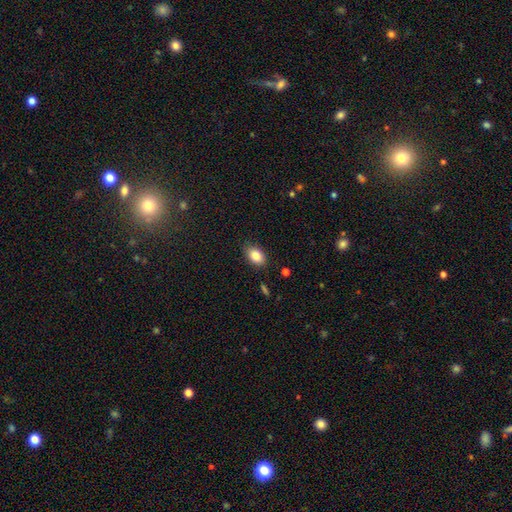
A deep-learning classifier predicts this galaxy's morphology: Smooth or featured? smooth (85%)
How rounded? in between (87%)
Merging? none (85%)